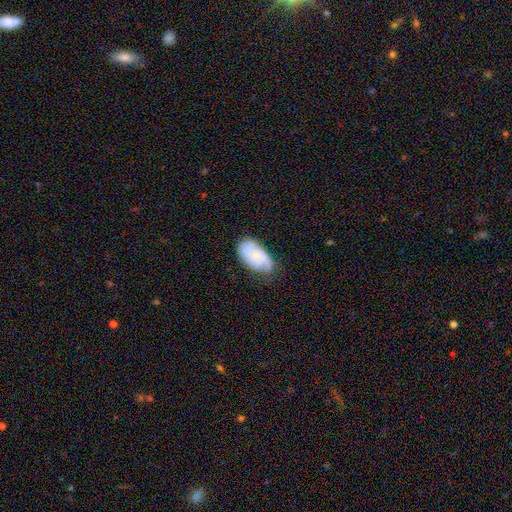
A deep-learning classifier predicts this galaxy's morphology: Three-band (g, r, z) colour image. It shows a featured or disk galaxy (54%) with no bar (75%), spiral arms (86%) and a small central bulge (69%). Merging: none (61%).